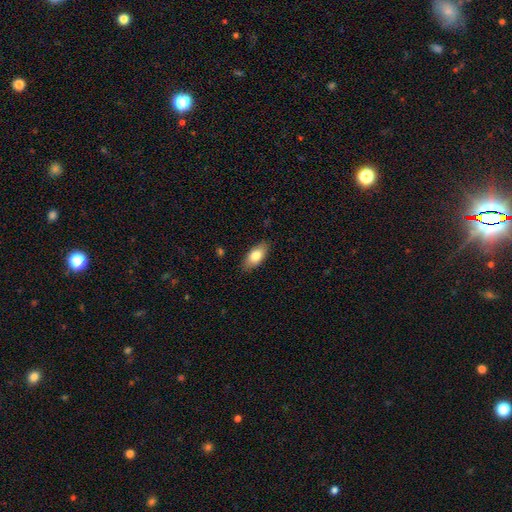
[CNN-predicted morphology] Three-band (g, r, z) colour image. It shows a smooth galaxy with no disk features (79%) that is in between round and cigar-shaped (89%). Merging: none (86%).